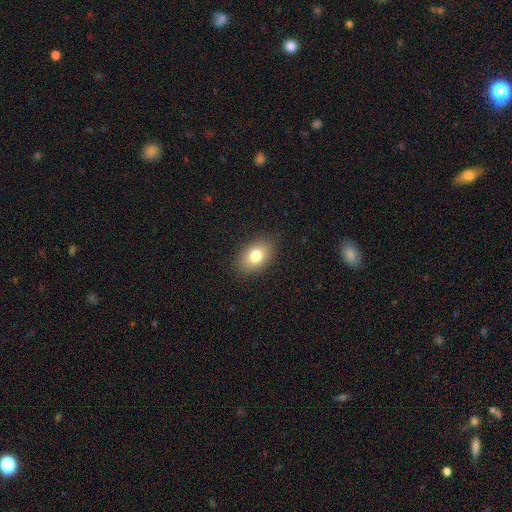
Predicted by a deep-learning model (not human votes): smooth-or-featured: smooth: 79% | featured or disk: 12% | star or artifact: 9%
  how-rounded: in between: 82% | round: 17% | cigar-shaped: 1%
  merging: none: 87% | minor disturbance: 10% | major disturbance: 3% | merger: 1%